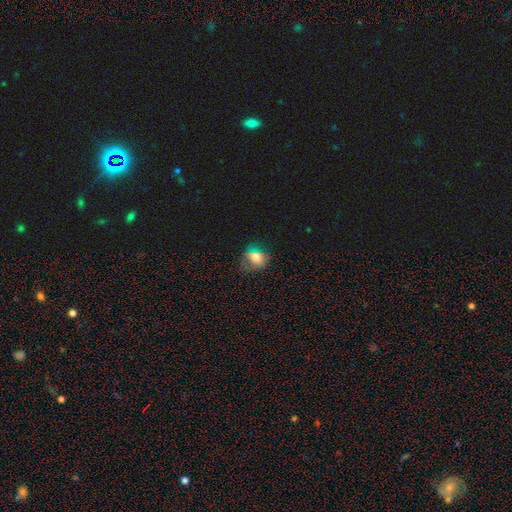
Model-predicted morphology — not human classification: Q: Smooth or featured?
A: smooth (70%); runner-up: star or artifact (16%)
Q: How rounded?
A: round (60%); runner-up: in between (38%)
Q: Merging?
A: none (66%); runner-up: minor disturbance (22%)